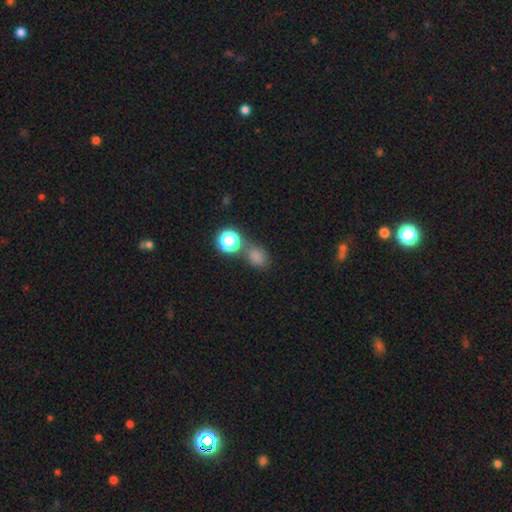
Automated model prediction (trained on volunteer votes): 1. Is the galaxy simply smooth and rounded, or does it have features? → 73% smooth, 20% star or artifact, 7% featured or disk.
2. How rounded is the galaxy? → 53% in between, 45% round, 2% cigar-shaped.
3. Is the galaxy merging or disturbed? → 56% none, 22% merger, 15% minor disturbance, 7% major disturbance.